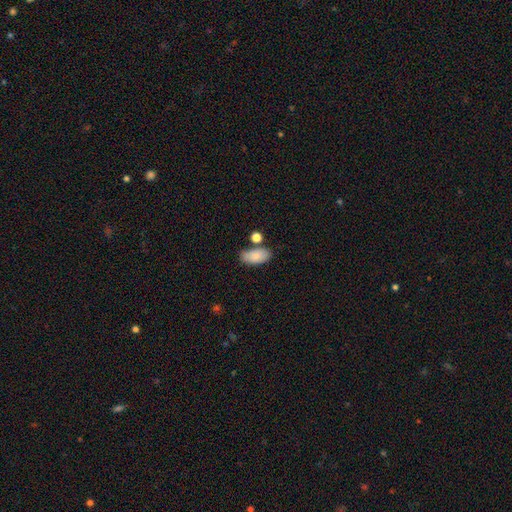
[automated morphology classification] Smooth or featured: smooth — 83% (featured or disk — 10%)
How rounded: in between — 93% (round — 4%)
Merging: none — 68% (minor disturbance — 15%)